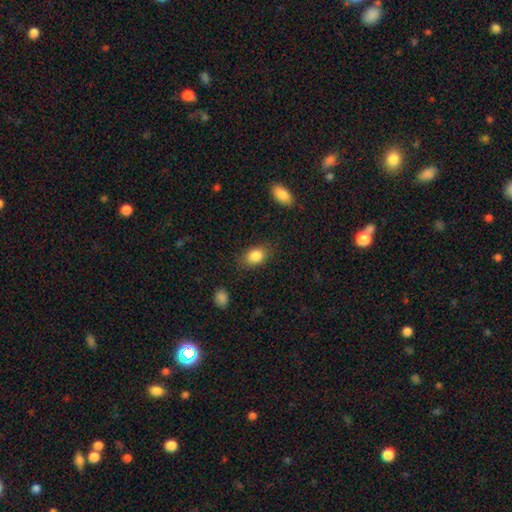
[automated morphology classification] Q: Smooth or featured?
A: smooth (85%); runner-up: star or artifact (8%)
Q: How rounded?
A: in between (77%); runner-up: round (21%)
Q: Merging?
A: none (81%); runner-up: minor disturbance (14%)